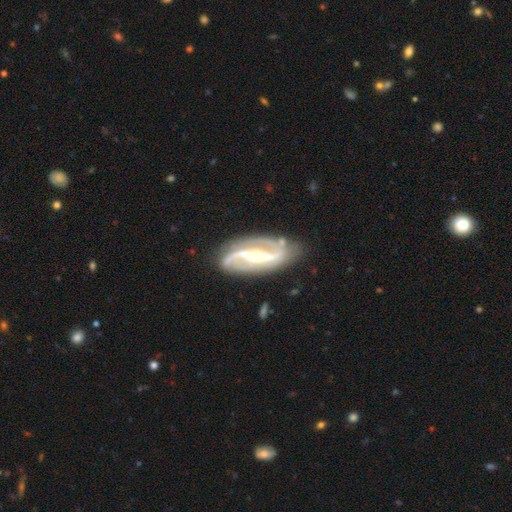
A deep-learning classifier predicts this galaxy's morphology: type=featured or disk (91%); edge-on=no (94%); bar=strong (65%); spiral arms=yes (97%); winding=medium (42%); arm count=2 (92%); bulge=small (53%); merging=none (82%).